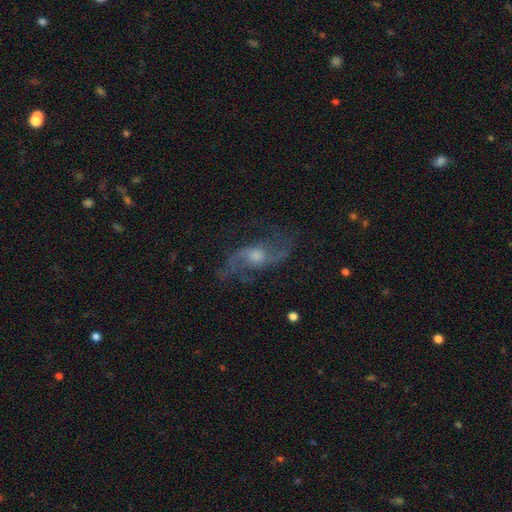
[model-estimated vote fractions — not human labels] Morphology: type=featured or disk (80%); edge-on=no (92%); bar=no (60%); spiral arms=yes (92%); winding=loose (69%); arm count=2 (83%); bulge=moderate (55%); merging=none (65%).